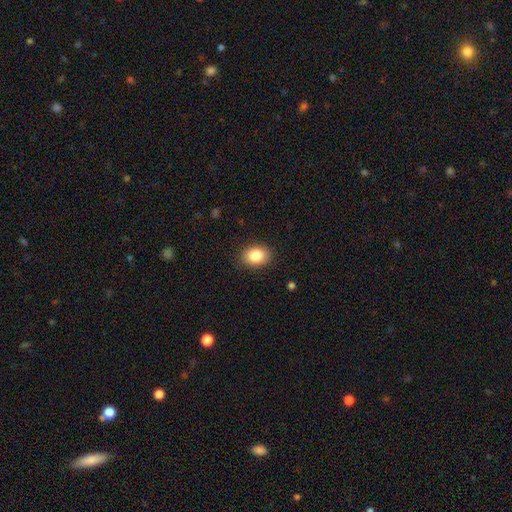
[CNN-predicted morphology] Smooth or featured?
  - smooth: 85% *
  - star or artifact: 8%
  - featured or disk: 7%
How rounded?
  - in between: 69% *
  - round: 30%
  - cigar-shaped: 1%
Merging?
  - none: 88% *
  - minor disturbance: 9%
  - major disturbance: 2%
  - merger: 1%